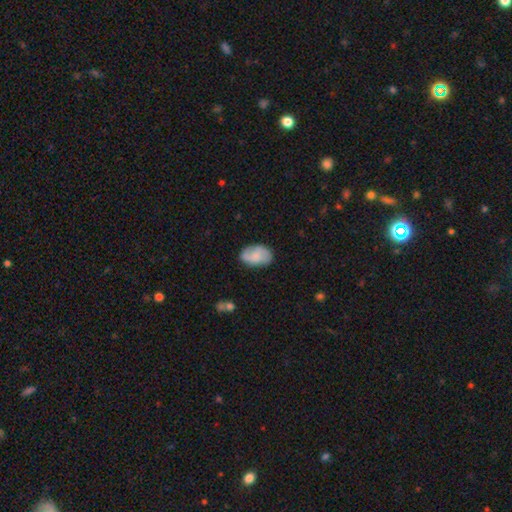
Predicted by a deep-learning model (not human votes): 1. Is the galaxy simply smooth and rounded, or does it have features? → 61% smooth, 31% featured or disk, 8% star or artifact.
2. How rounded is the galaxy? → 89% in between, 10% round, 1% cigar-shaped.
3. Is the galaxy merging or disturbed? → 68% none, 23% minor disturbance, 6% major disturbance, 2% merger.